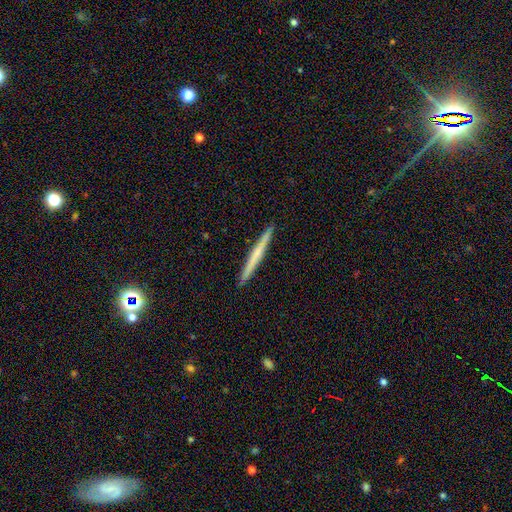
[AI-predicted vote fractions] Smooth or featured: smooth — 48% (featured or disk — 46%)
Merging: none — 92% (minor disturbance — 6%)